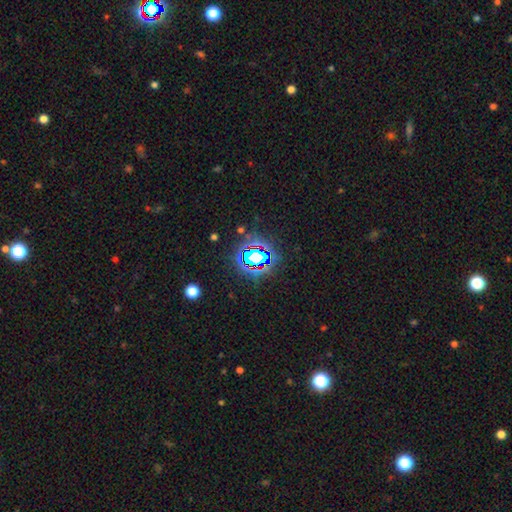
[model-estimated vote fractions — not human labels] Smooth or featured? Predicted: star or artifact (p=0.72).